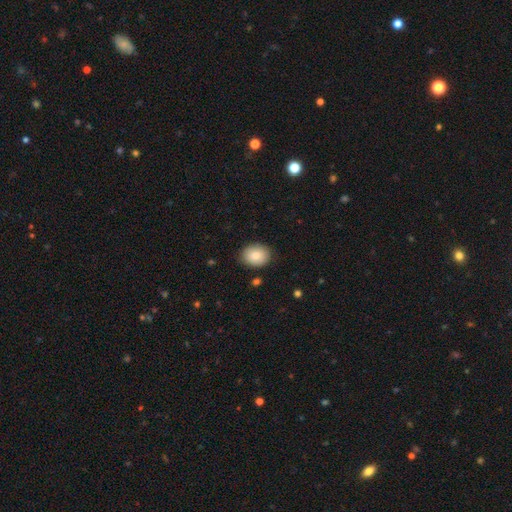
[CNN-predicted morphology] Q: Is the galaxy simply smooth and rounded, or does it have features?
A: smooth — 84%.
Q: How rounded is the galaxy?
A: in between — 52%.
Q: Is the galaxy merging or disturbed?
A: none — 86%.